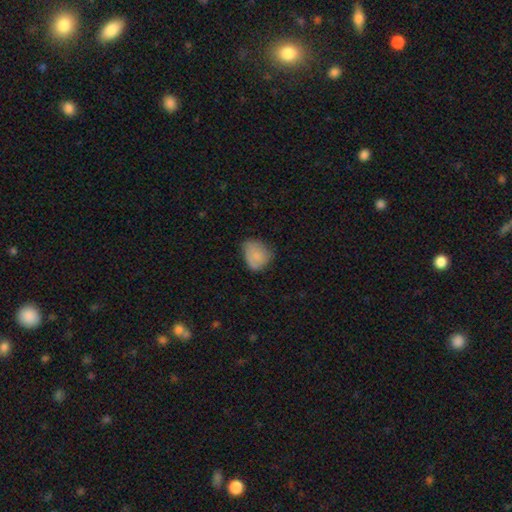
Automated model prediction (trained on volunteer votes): The model was most divided on "merging": none: 47%, minor disturbance: 38%, major disturbance: 12%, merger: 2%. More confident: smooth or featured — smooth (75%); how rounded — round (55%).